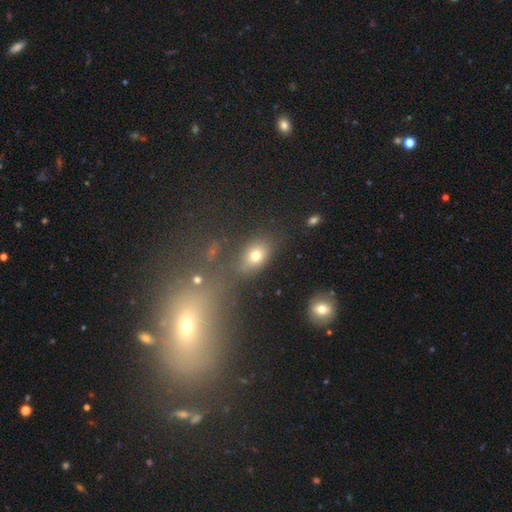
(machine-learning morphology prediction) A smooth galaxy with no disk features (71%) that is in between round and cigar-shaped (70%).

Vote fractions:
- Smooth or featured? smooth: 71% / star or artifact: 17% / featured or disk: 12%
- How rounded? in between: 70% / round: 28% / cigar-shaped: 3%
- Merging? none: 69% / minor disturbance: 14% / merger: 10% / major disturbance: 7%